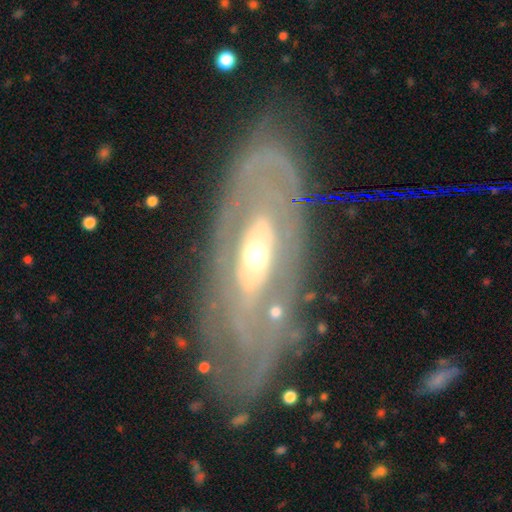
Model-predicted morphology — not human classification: Smooth or featured? featured or disk (79%)
Edge-on disk? no (86%)
Bar? no (63%)
Spiral arms? no (50%, tied with yes)
Bulge size? moderate (66%)
Merging? none (70%)